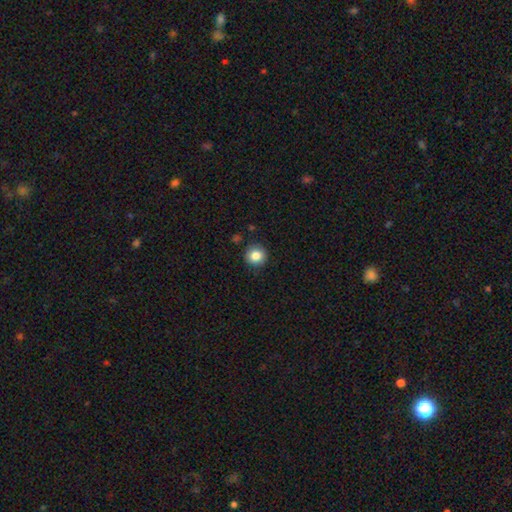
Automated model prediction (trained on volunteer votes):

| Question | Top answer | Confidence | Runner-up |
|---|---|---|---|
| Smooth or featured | smooth | 83% | star or artifact (10%) |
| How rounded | round | 94% | in between (5%) |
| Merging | none | 90% | minor disturbance (7%) |